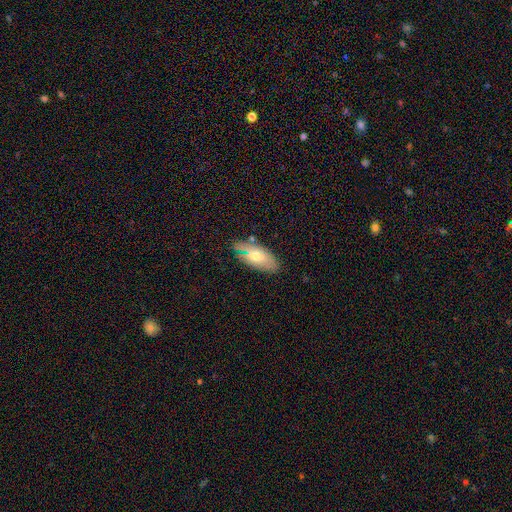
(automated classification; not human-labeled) Smooth or featured? Predicted: smooth (p=0.64). How rounded? Predicted: in between (p=0.86). Merging? Predicted: none (p=0.77).